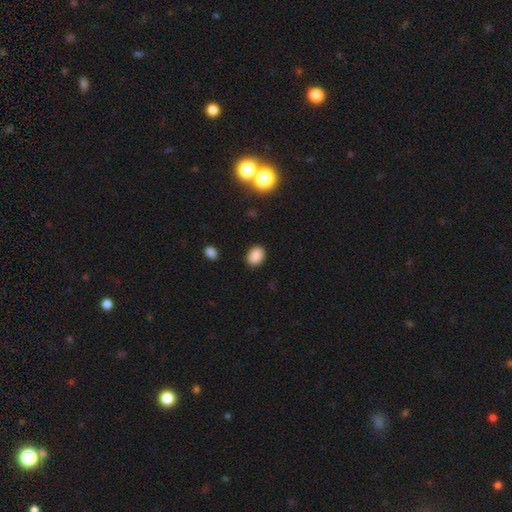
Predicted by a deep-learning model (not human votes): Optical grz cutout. It shows a smooth galaxy with no disk features (85%) that is in between round and cigar-shaped (61%). Merging: none (87%).